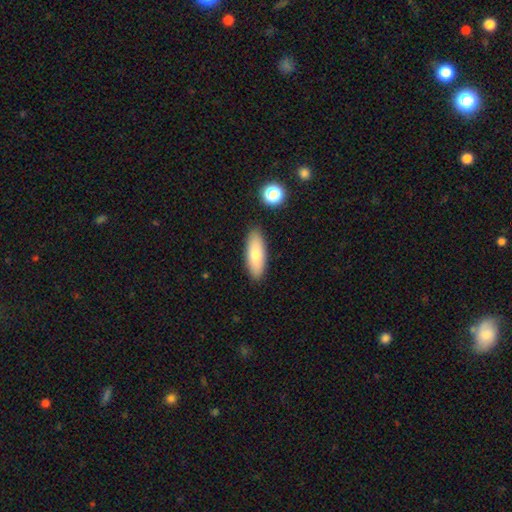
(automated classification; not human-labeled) A smooth galaxy with no disk features (76%) that is in between round and cigar-shaped (65%). Merging: none (87%).